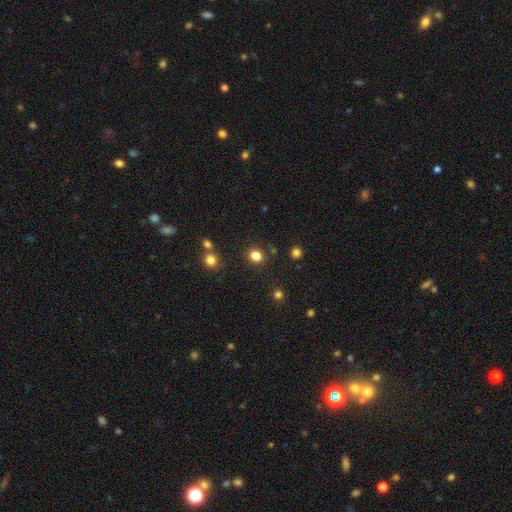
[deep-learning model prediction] smooth_or_featured: smooth (p=0.81) [alt: star or artifact p=0.14]
how_rounded: round (p=0.68) [alt: in between p=0.31]
merging: none (p=0.85) [alt: minor disturbance p=0.08]